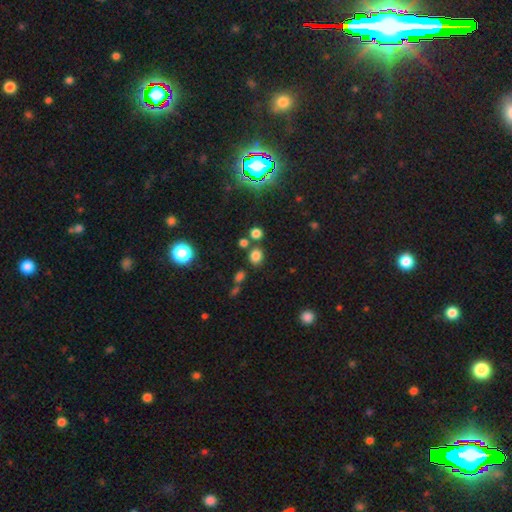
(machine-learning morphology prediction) type=smooth (76%); roundness=round (73%); merging=none (73%).